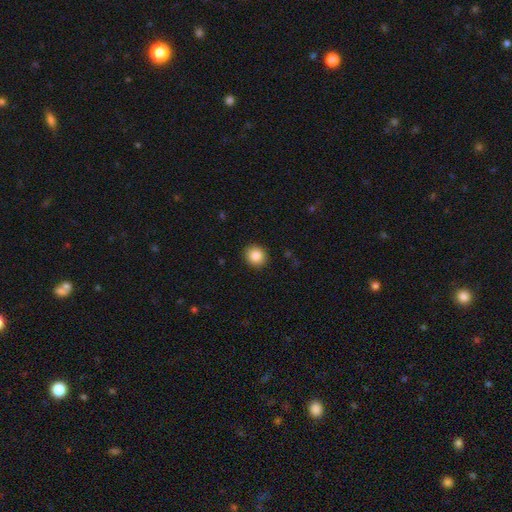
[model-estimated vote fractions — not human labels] smooth_or_featured: smooth (p=0.86) [alt: star or artifact p=0.09]
how_rounded: round (p=0.84) [alt: in between p=0.15]
merging: none (p=0.92) [alt: minor disturbance p=0.06]